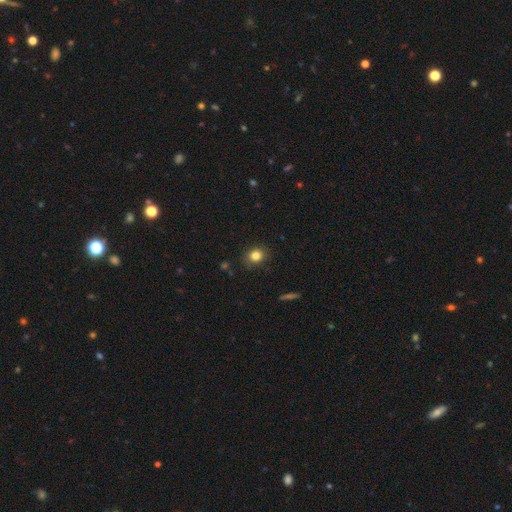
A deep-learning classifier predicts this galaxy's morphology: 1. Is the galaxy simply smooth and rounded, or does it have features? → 82% smooth, 11% star or artifact, 7% featured or disk.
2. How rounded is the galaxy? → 64% round, 35% in between, 1% cigar-shaped.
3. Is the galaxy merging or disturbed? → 84% none, 12% minor disturbance, 3% major disturbance, 1% merger.